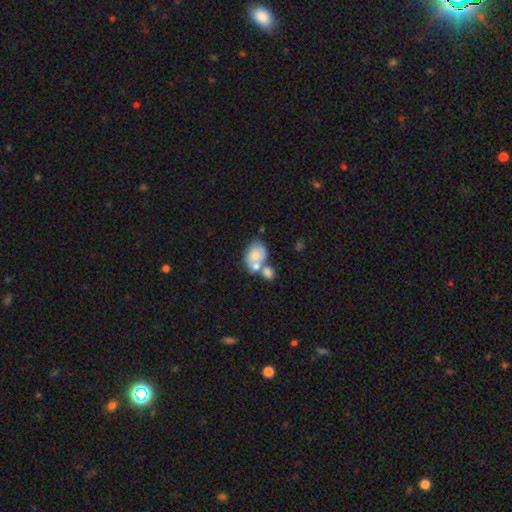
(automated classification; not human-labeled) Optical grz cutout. It shows a smooth galaxy with no disk features (69%) that is in between round and cigar-shaped (79%). Merging: merger (48%).